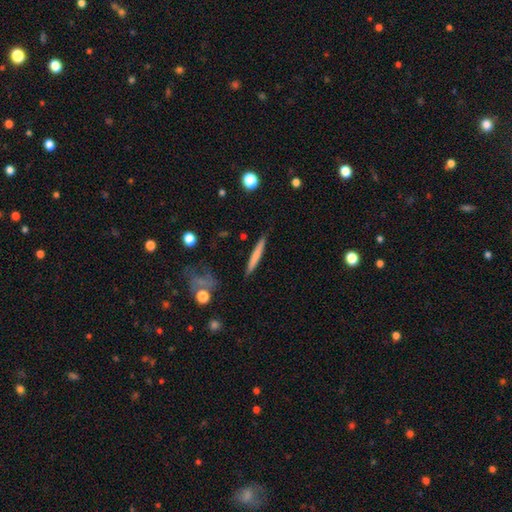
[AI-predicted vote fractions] Overall: smooth (67%; featured or disk 27%). How rounded: cigar-shaped (95%). Merging: none (87%).